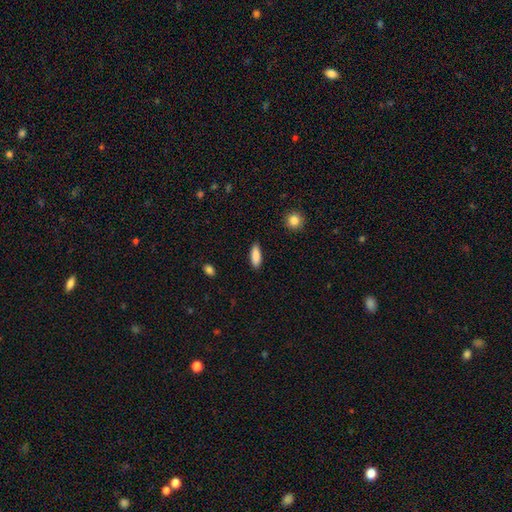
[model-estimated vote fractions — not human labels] A smooth galaxy with no disk features (87%) that is in between round and cigar-shaped (65%).

Vote fractions:
- Smooth or featured? smooth: 87% / star or artifact: 6% / featured or disk: 6%
- How rounded? in between: 65% / cigar-shaped: 33% / round: 2%
- Merging? none: 87% / minor disturbance: 9% / major disturbance: 2% / merger: 1%